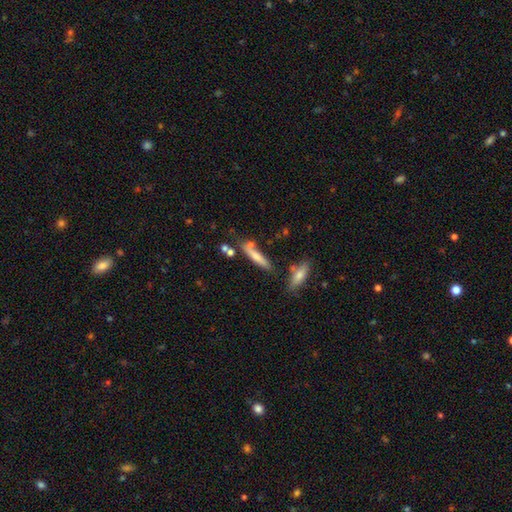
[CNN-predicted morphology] A smooth galaxy with no disk features (64%) that is cigar-shaped (85%). Merging: none (64%).